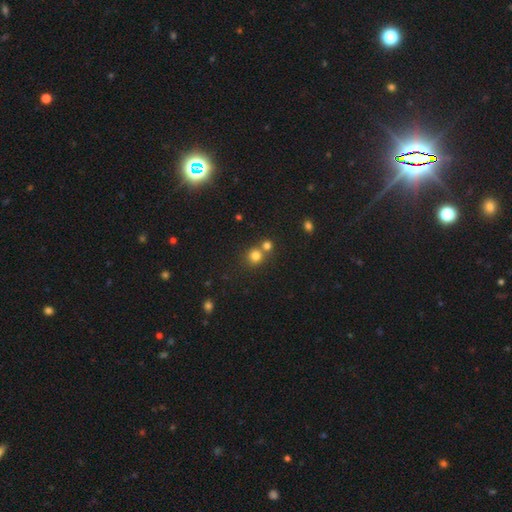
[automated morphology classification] Smooth or featured: smooth — 79% (star or artifact — 15%)
How rounded: round — 88% (in between — 11%)
Merging: none — 56% (merger — 35%)